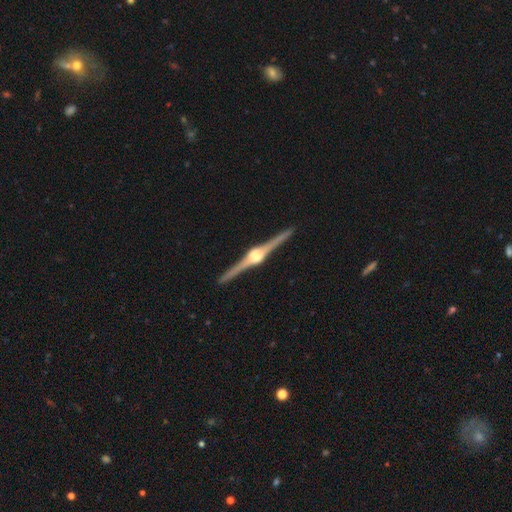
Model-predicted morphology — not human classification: This appears to be a featured or disk galaxy (91%) viewed edge-on (99%) with a rounded central bulge (91%). Merging: none (92%).